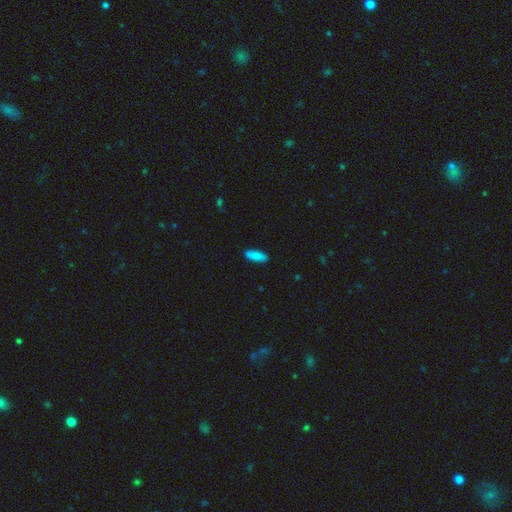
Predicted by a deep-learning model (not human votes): Smooth or featured: smooth — 88% (star or artifact — 6%)
How rounded: in between — 63% (cigar-shaped — 35%)
Merging: none — 89% (minor disturbance — 8%)